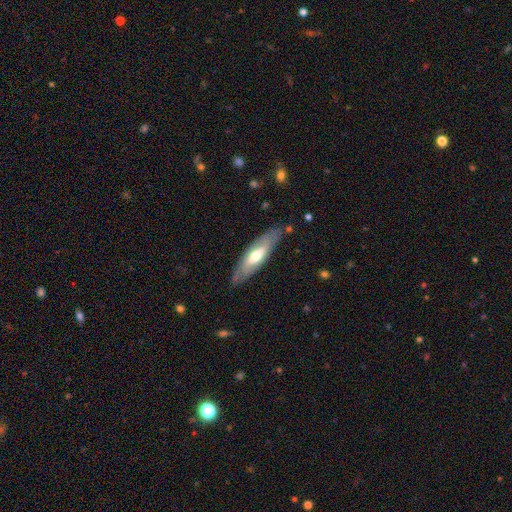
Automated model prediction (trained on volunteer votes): Q: Smooth or featured?
A: featured or disk (56%); runner-up: smooth (39%)
Q: Edge-on disk?
A: no (61%); runner-up: yes (39%)
Q: Merging?
A: none (81%); runner-up: minor disturbance (14%)